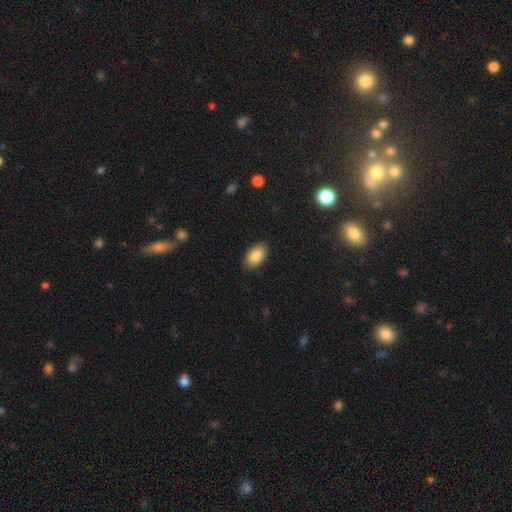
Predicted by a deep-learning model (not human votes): Morphology: type=smooth (88%); roundness=in between (94%); merging=none (87%).